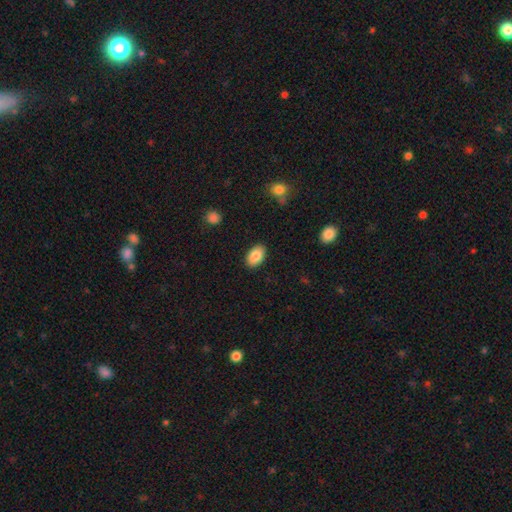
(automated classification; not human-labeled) smooth-or-featured: smooth: 87% | star or artifact: 7% | featured or disk: 6%
  how-rounded: in between: 92% | round: 7% | cigar-shaped: 1%
  merging: none: 88% | minor disturbance: 8% | major disturbance: 2% | merger: 1%